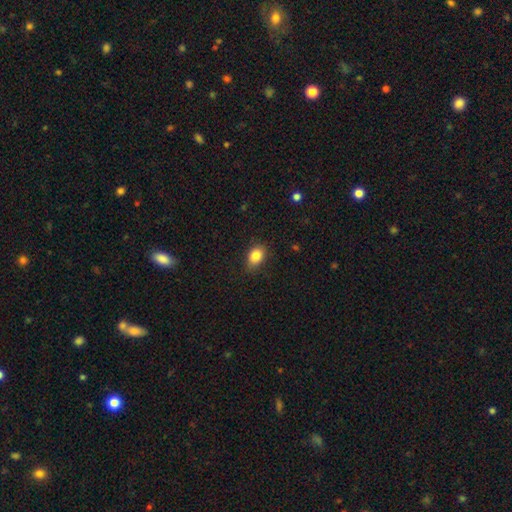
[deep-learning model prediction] A smooth galaxy with no disk features (85%) that is in between round and cigar-shaped (71%). Merging: none (82%).